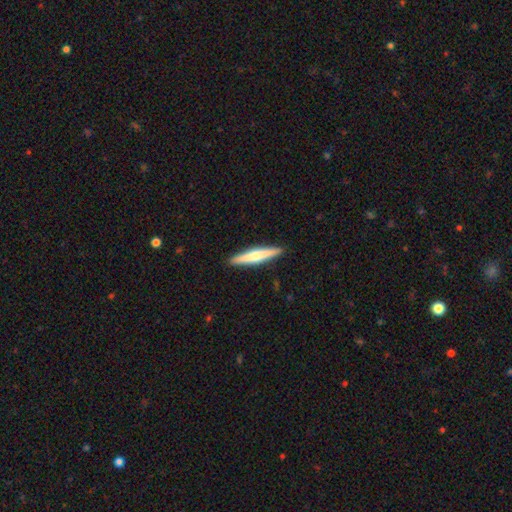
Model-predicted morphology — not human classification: Smooth or featured: featured or disk — 48% (smooth — 47%)
Merging: none — 92% (minor disturbance — 6%)